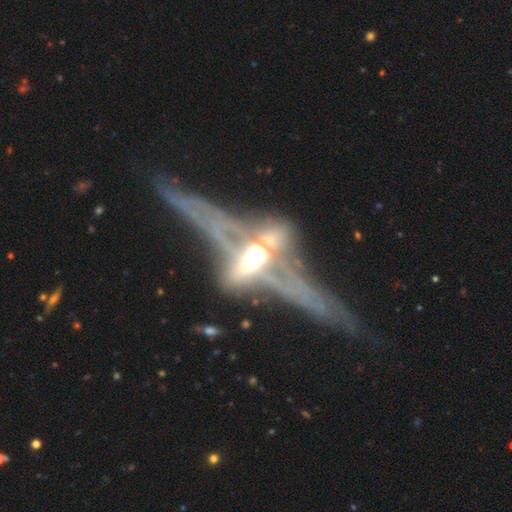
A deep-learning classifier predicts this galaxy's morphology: Q: Smooth or featured?
A: featured or disk (78%); runner-up: smooth (12%)
Q: Edge-on disk?
A: yes (53%); runner-up: no (47%)
Q: Merging?
A: none (37%); runner-up: major disturbance (31%)